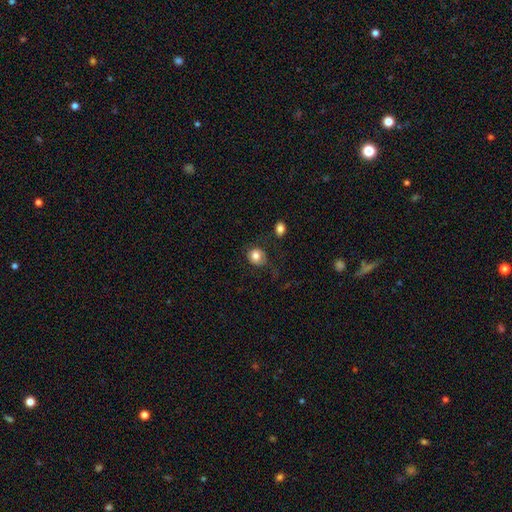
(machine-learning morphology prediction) This is likely a smooth galaxy (79%). How rounded: likely round (79%). Merging: likely none (68%).